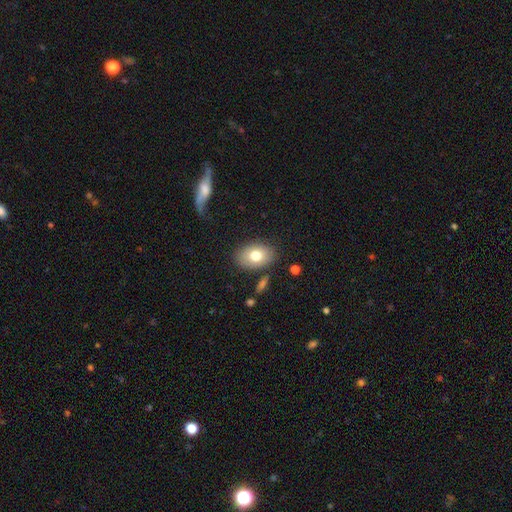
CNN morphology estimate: smooth 76%, featured or disk 16%, star or artifact 8%. Down the decision tree: how rounded — in between (83%); merging — none (81%).